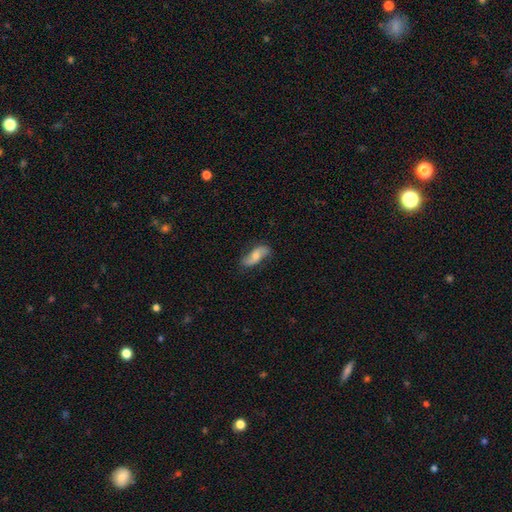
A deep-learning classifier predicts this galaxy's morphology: smooth-or-featured: featured or disk: 53% | smooth: 40% | star or artifact: 7%
  disk-edge-on: no: 89% | yes: 11%
  merging: none: 76% | minor disturbance: 18% | major disturbance: 5% | merger: 1%